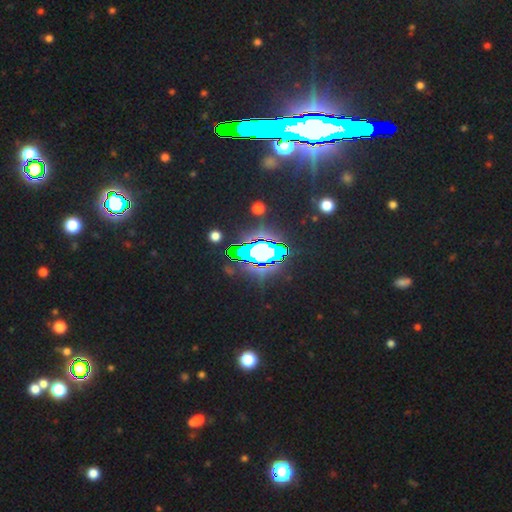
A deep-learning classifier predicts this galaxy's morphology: type=star or artifact (71%).